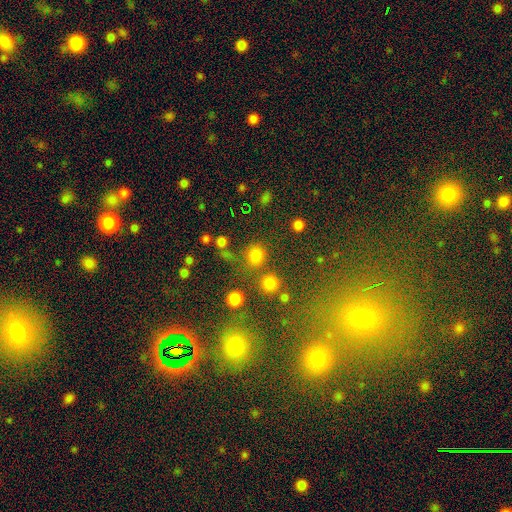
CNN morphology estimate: The model was most divided on "merging": none: 72%, merger: 12%, minor disturbance: 10%, major disturbance: 6%. More confident: how rounded — round (87%); smooth or featured — smooth (78%).